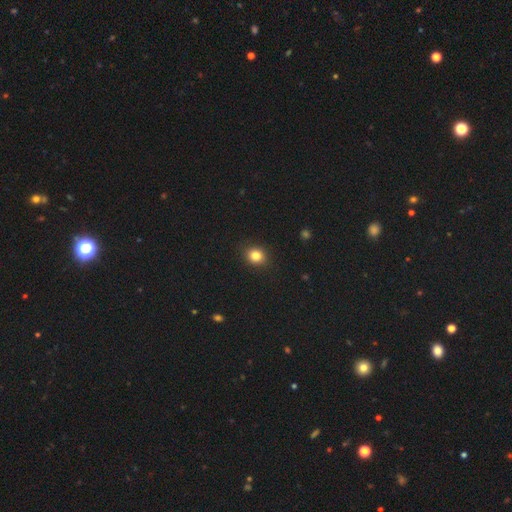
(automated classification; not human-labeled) smooth 83%, star or artifact 12%, featured or disk 5%. Down the decision tree: how rounded — round (73%); merging — none (90%).